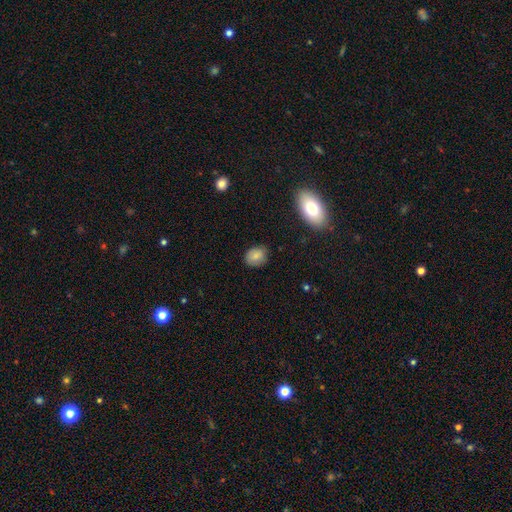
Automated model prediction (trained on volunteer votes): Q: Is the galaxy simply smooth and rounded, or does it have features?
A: smooth — 81%.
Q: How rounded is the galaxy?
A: in between — 56%.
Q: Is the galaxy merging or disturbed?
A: none — 79%.